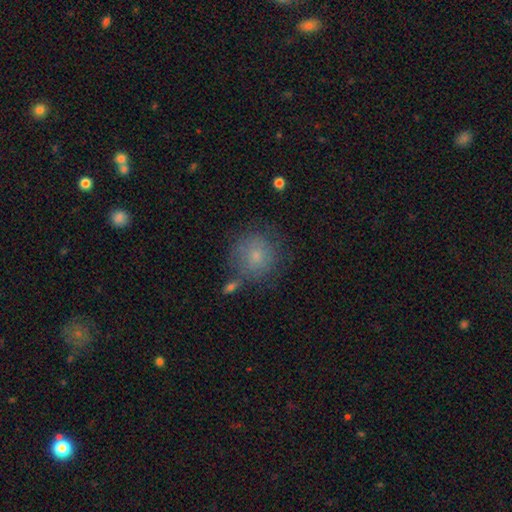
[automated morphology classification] Overall: smooth (73%). How rounded: round (90%). Merging: none (67%).